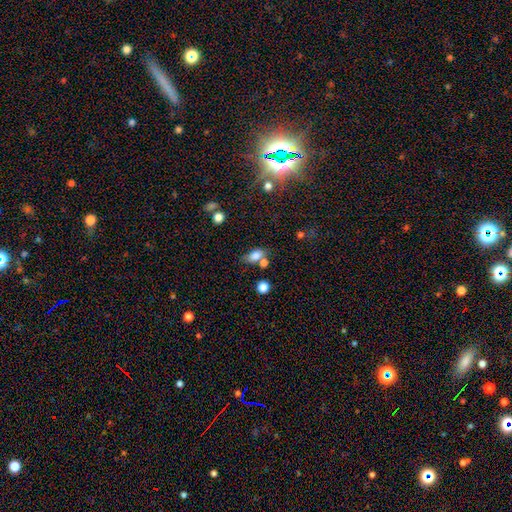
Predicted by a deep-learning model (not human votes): Morphology: type=smooth (78%); roundness=in between (83%); merging=none (54%).